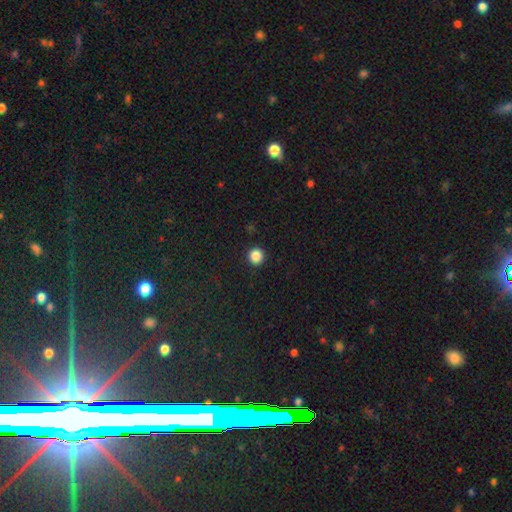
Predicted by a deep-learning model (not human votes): Smooth or featured? Predicted: smooth (p=0.86). How rounded? Predicted: round (p=0.94). Merging? Predicted: none (p=0.93).